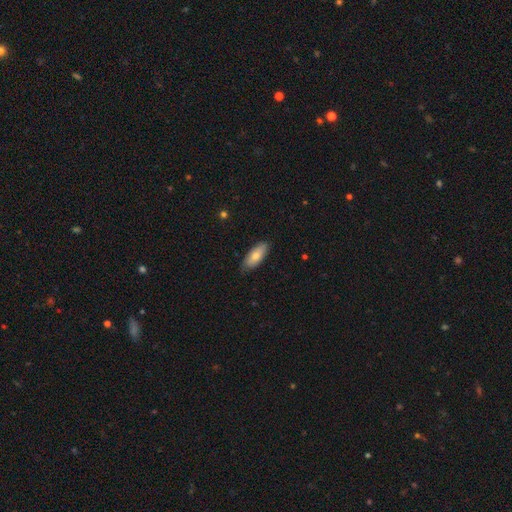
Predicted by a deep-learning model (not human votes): Smooth or featured? Predicted: smooth (p=0.73). How rounded? Predicted: in between (p=0.79). Merging? Predicted: none (p=0.83).